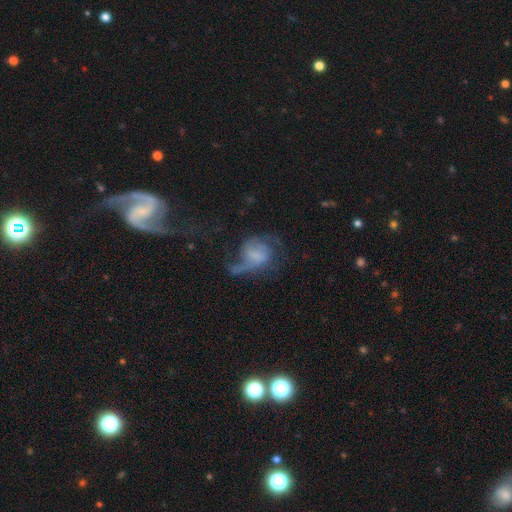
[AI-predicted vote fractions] Smooth or featured? Predicted: featured or disk (p=0.59). Edge-on disk? Predicted: no (p=0.97). Bar? Predicted: no (p=0.60). Spiral arms? Predicted: yes (p=0.75). Bulge size? Predicted: none (p=0.49). Merging? Predicted: major disturbance (p=0.49).